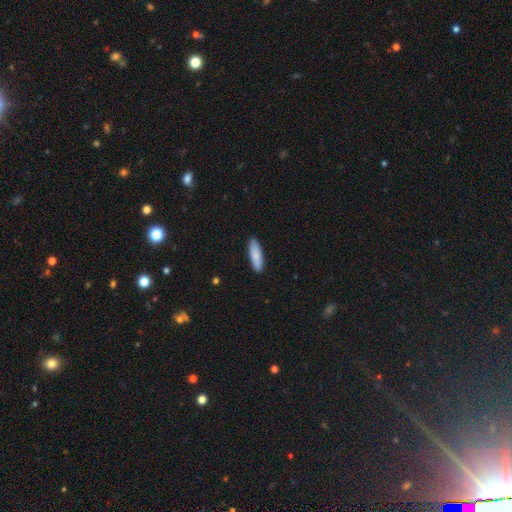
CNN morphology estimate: Smooth or featured? Predicted: smooth (p=0.85). How rounded? Predicted: cigar-shaped (p=0.60). Merging? Predicted: none (p=0.90).